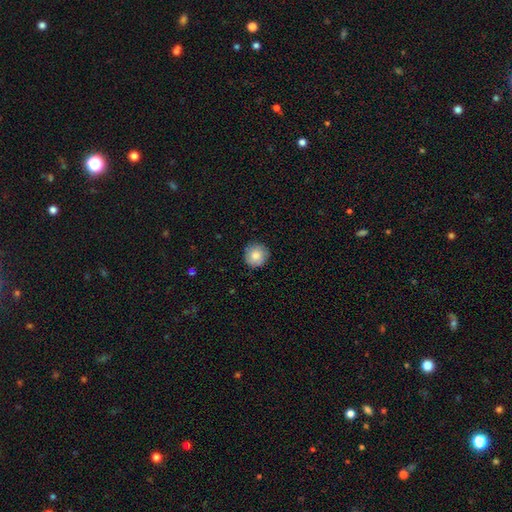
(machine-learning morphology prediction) type=smooth (80%); roundness=round (94%); merging=none (87%).